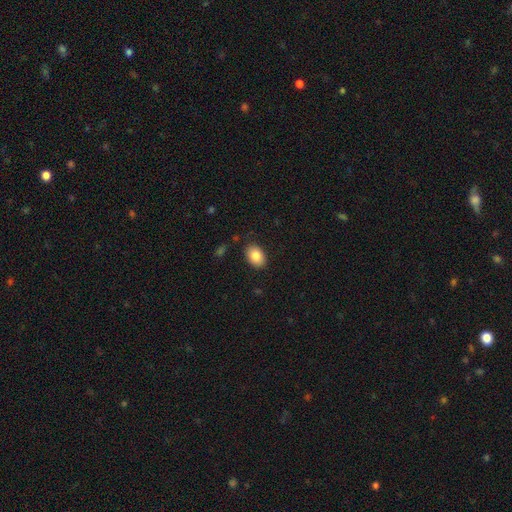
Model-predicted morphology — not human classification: smooth_or_featured: smooth (p=0.85) [alt: featured or disk p=0.08]
how_rounded: in between (p=0.82) [alt: round p=0.17]
merging: none (p=0.87) [alt: minor disturbance p=0.10]